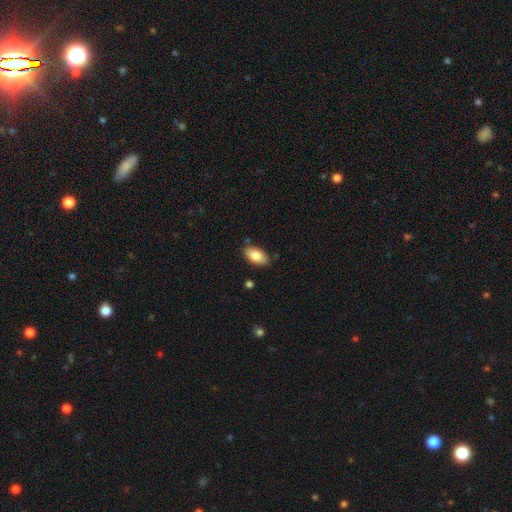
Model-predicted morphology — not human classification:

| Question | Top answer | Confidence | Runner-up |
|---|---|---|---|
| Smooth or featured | smooth | 84% | featured or disk (10%) |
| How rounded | in between | 94% | round (3%) |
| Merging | none | 84% | minor disturbance (12%) |